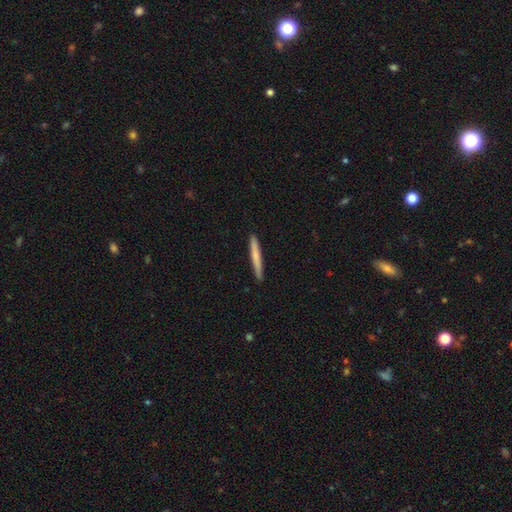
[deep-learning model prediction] Overall: smooth (69%). How rounded: cigar-shaped (97%). Merging: none (91%).